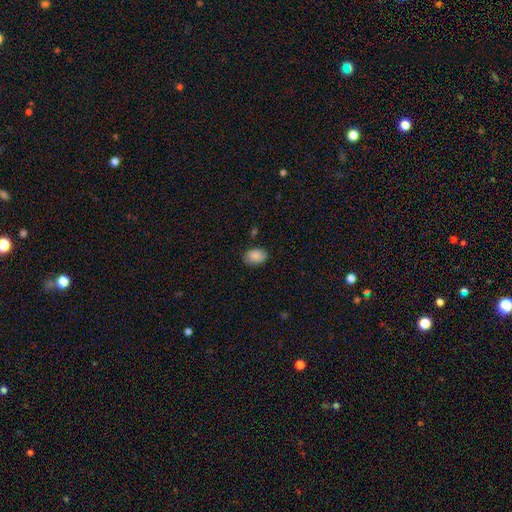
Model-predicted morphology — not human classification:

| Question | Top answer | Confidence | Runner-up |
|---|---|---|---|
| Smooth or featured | smooth | 85% | featured or disk (8%) |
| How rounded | in between | 86% | round (13%) |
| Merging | none | 82% | minor disturbance (13%) |